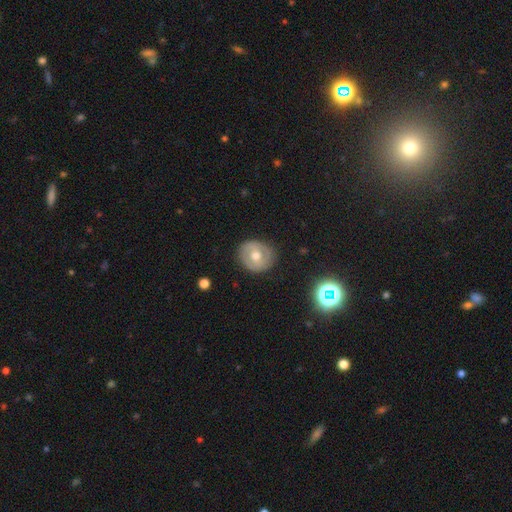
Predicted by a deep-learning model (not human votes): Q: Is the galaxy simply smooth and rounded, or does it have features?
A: featured or disk — 45%, tied with smooth.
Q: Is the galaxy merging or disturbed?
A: none — 85%.